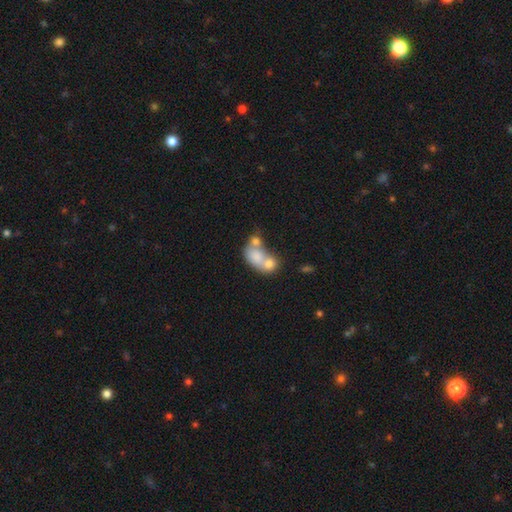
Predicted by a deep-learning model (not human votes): This is likely a smooth galaxy (69%). How rounded: likely in between (69%). Merging: likely merger (70%).